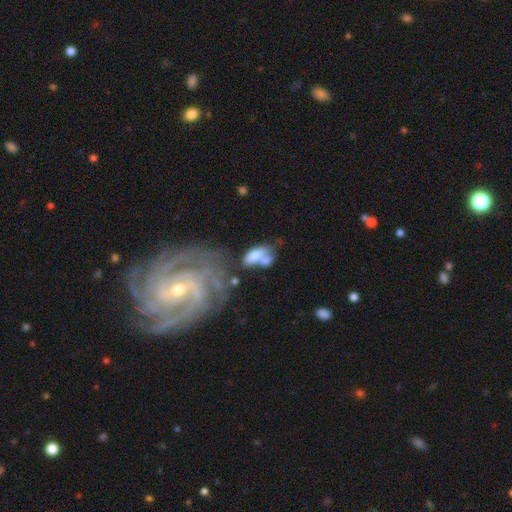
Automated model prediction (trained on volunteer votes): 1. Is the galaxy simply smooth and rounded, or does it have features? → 66% smooth, 26% featured or disk, 8% star or artifact.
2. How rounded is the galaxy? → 89% in between, 6% cigar-shaped, 5% round.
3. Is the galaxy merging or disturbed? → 41% merger, 28% none, 17% minor disturbance, 14% major disturbance.